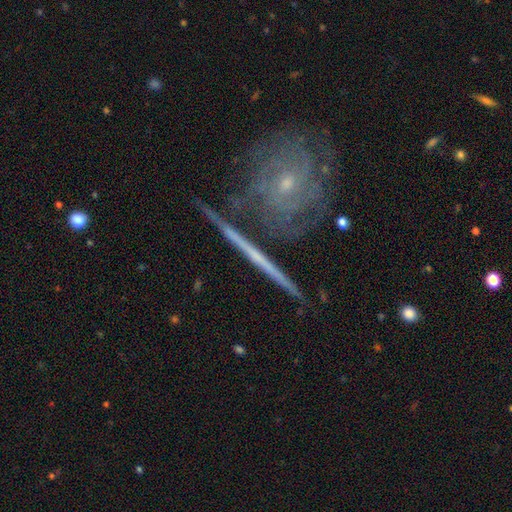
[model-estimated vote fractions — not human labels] Smooth or featured? Predicted: featured or disk (p=0.77). Edge-on disk? Predicted: yes (p=0.81). Edge-on bulge? Predicted: none (p=0.70). Merging? Predicted: none (p=0.77).